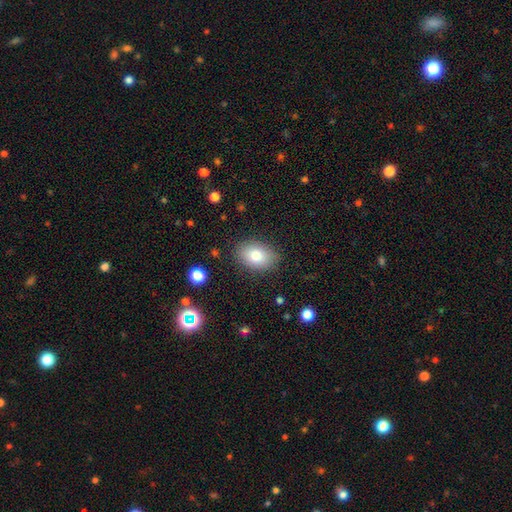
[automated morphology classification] Smooth or featured? smooth (79%)
How rounded? in between (78%)
Merging? none (85%)